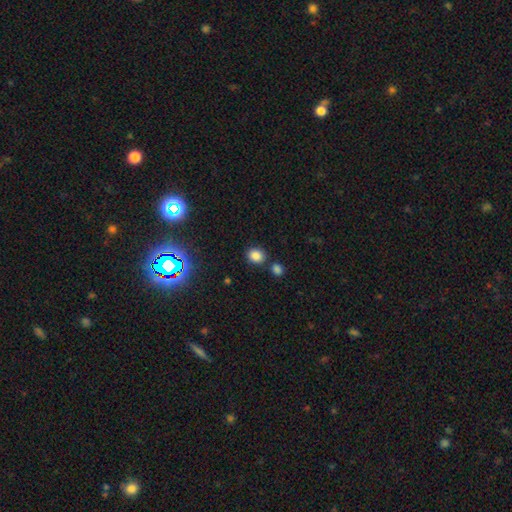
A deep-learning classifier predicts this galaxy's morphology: smooth_or_featured: smooth (p=0.83) [alt: star or artifact p=0.13]
how_rounded: round (p=0.54) [alt: in between p=0.45]
merging: none (p=0.74) [alt: merger p=0.12]